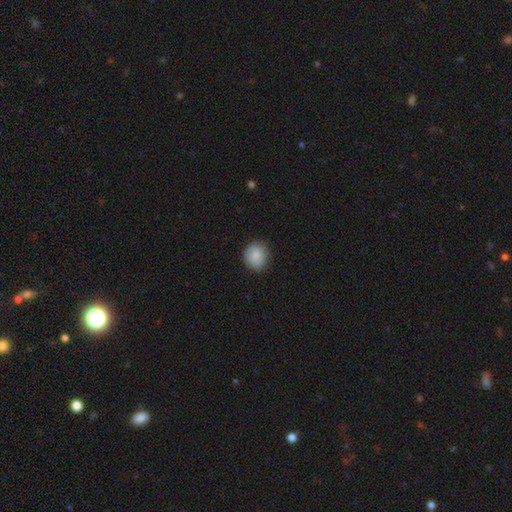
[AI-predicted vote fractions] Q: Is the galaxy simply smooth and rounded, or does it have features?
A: smooth — 88%.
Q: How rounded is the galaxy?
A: round — 83%.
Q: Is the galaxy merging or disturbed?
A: none — 86%.